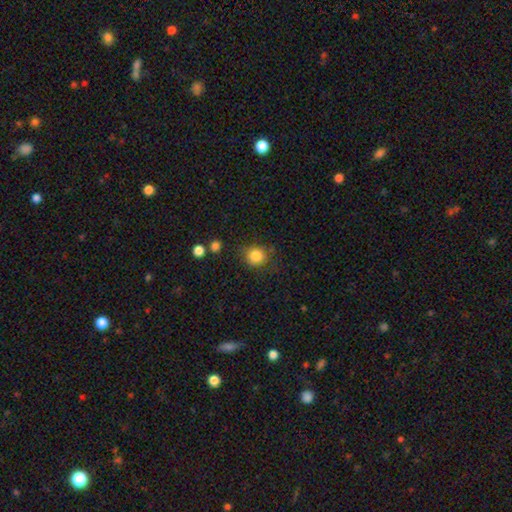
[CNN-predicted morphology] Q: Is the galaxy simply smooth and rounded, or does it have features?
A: smooth — 84%.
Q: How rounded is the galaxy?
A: round — 83%.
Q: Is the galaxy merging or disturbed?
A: none — 77%.